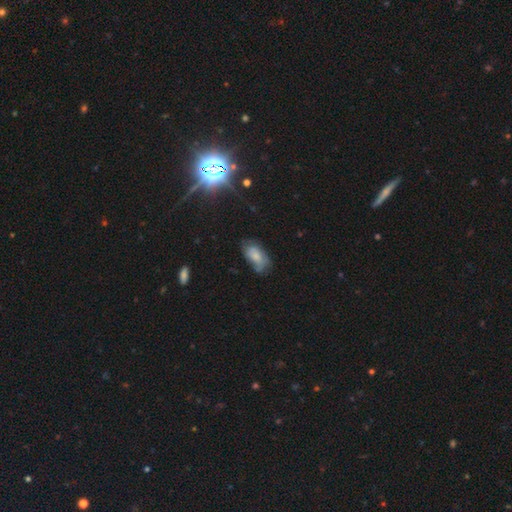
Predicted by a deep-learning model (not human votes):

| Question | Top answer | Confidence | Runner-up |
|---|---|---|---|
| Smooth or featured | smooth | 65% | featured or disk (26%) |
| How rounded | in between | 93% | round (4%) |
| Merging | none | 52% | minor disturbance (32%) |